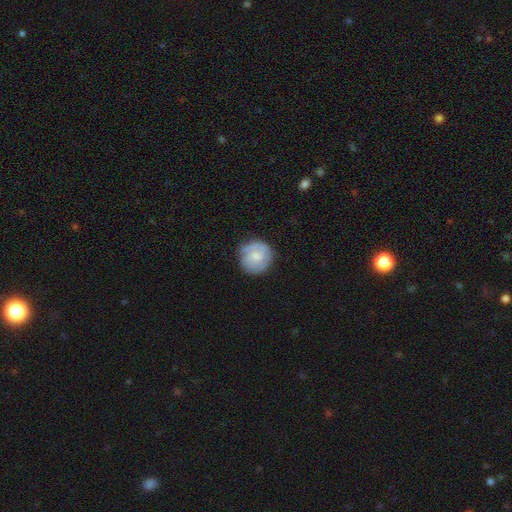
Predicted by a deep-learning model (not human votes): Q: Smooth or featured?
A: smooth (49%); runner-up: featured or disk (45%)
Q: Merging?
A: none (73%); runner-up: minor disturbance (19%)